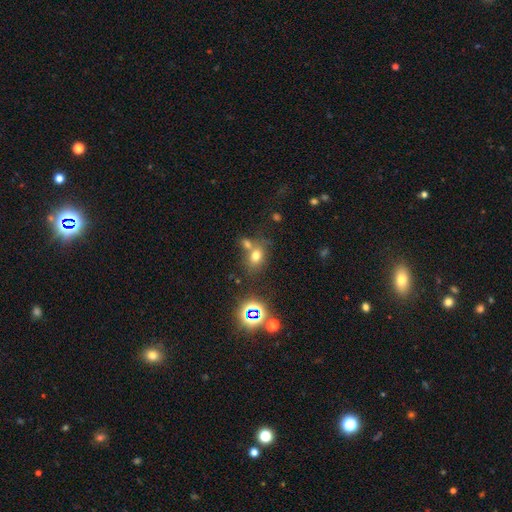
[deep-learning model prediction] This is likely a smooth galaxy (66%). How rounded: possibly in between (58%). Merging: possibly none (51%).